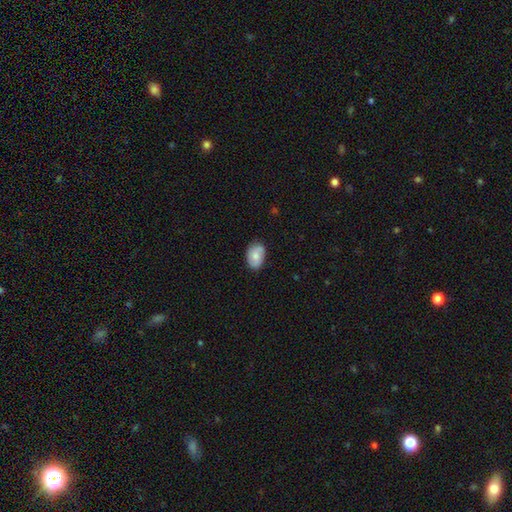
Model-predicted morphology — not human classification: This is likely a smooth galaxy (66%). How rounded: clearly in between (85%). Merging: likely none (75%).